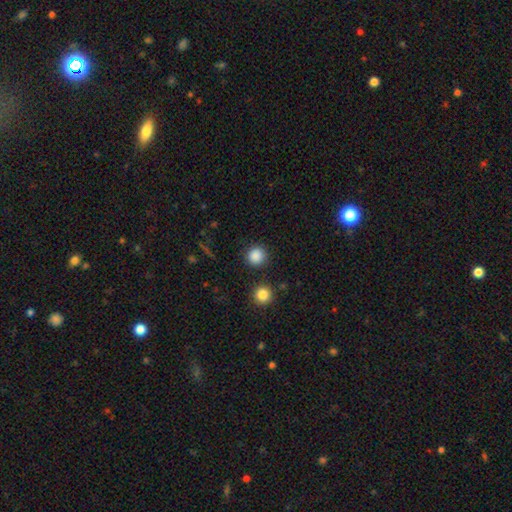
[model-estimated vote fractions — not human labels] smooth 86%, star or artifact 11%, featured or disk 3%. Down the decision tree: how rounded — round (93%); merging — none (89%).